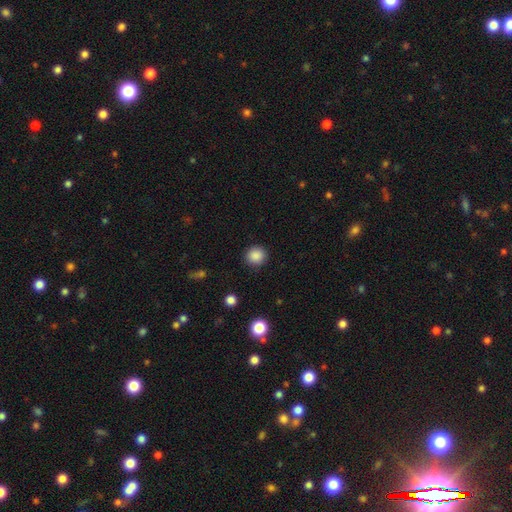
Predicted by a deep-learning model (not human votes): The model was most divided on "smooth or featured": smooth: 87%, star or artifact: 10%, featured or disk: 3%. More confident: how rounded — round (91%); merging — none (90%).